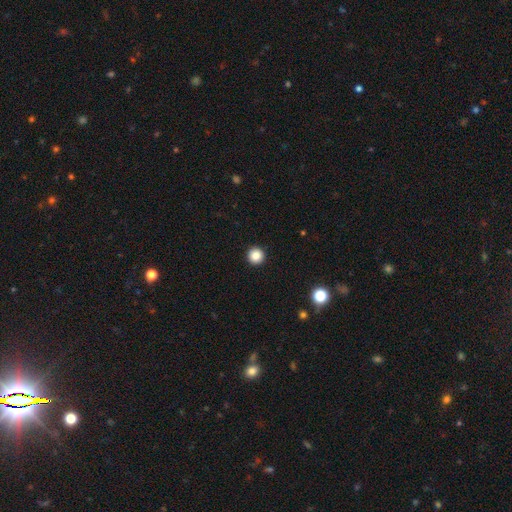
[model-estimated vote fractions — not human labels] smooth_or_featured: smooth (p=0.86) [alt: star or artifact p=0.10]
how_rounded: round (p=0.96) [alt: in between p=0.03]
merging: none (p=0.94) [alt: minor disturbance p=0.04]